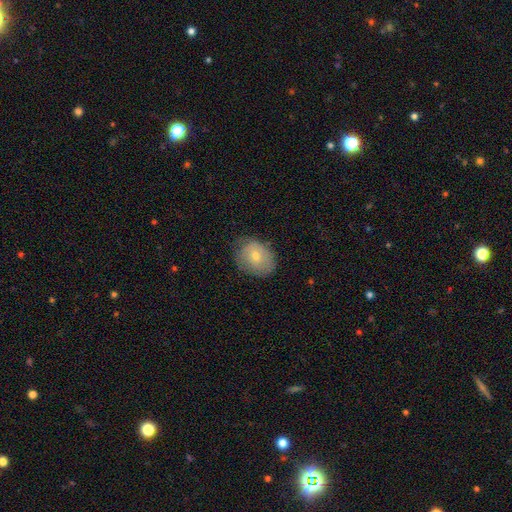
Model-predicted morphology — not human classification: smooth-or-featured: smooth: 62% | featured or disk: 29% | star or artifact: 9%
  how-rounded: in between: 56% | round: 43% | cigar-shaped: 1%
  merging: none: 71% | minor disturbance: 22% | major disturbance: 6% | merger: 1%